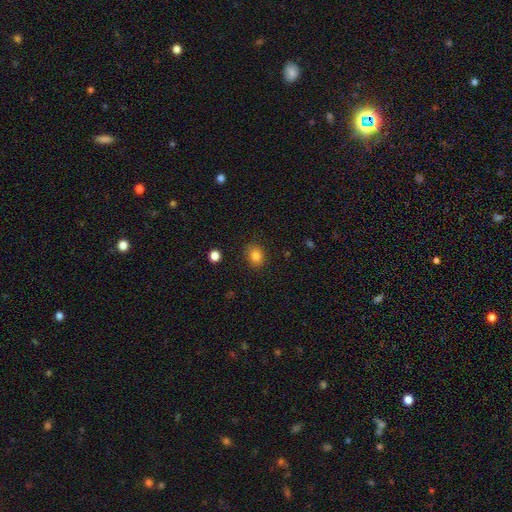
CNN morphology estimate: Q: Smooth or featured?
A: smooth (83%); runner-up: star or artifact (11%)
Q: How rounded?
A: round (52%); runner-up: in between (47%)
Q: Merging?
A: none (85%); runner-up: minor disturbance (11%)